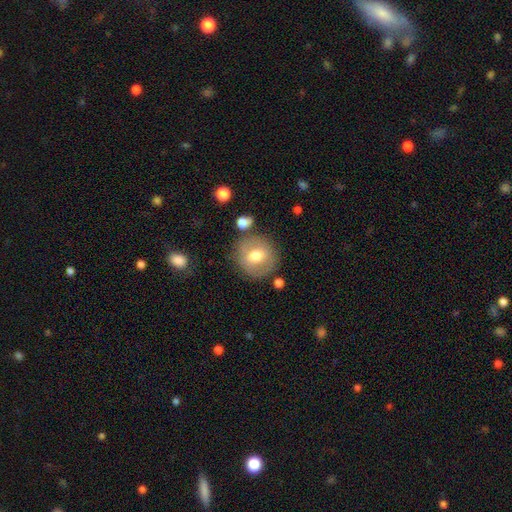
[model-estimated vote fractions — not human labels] Smooth or featured? Predicted: smooth (p=0.63). How rounded? Predicted: round (p=0.89). Merging? Predicted: none (p=0.78).